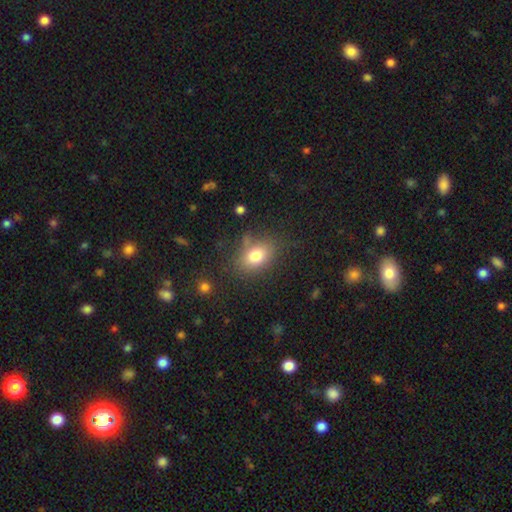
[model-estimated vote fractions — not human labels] smooth 78%, featured or disk 12%, star or artifact 11%. Down the decision tree: how rounded — in between (76%); merging — none (69%).